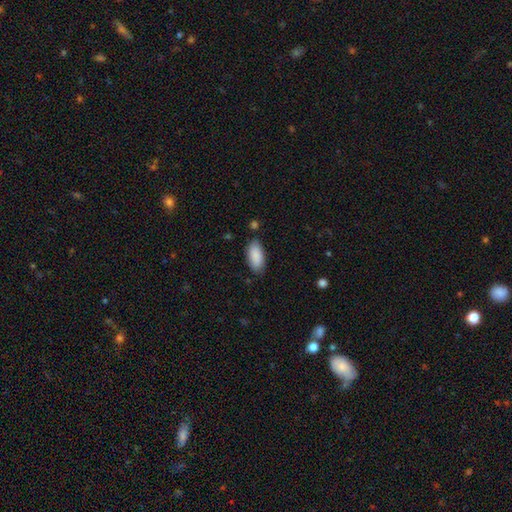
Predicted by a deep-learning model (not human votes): Smooth or featured?
  - smooth: 89% *
  - star or artifact: 6%
  - featured or disk: 6%
How rounded?
  - in between: 90% *
  - cigar-shaped: 8%
  - round: 2%
Merging?
  - none: 81% *
  - minor disturbance: 14%
  - major disturbance: 3%
  - merger: 3%